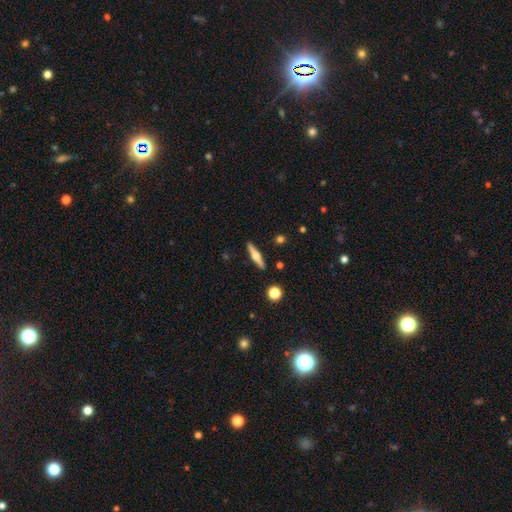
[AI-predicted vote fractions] A featured or disk galaxy (60%) viewed edge-on (96%) with a rounded central bulge (93%). Merging: none (90%).